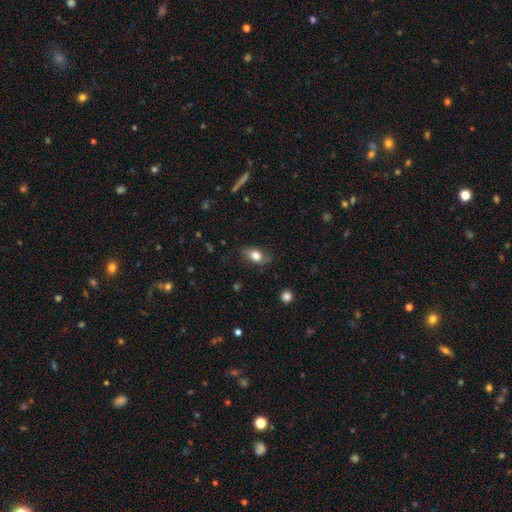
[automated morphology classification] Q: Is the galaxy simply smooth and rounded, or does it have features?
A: smooth — 74%.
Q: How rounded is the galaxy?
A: in between — 82%.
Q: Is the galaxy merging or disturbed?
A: none — 73%.